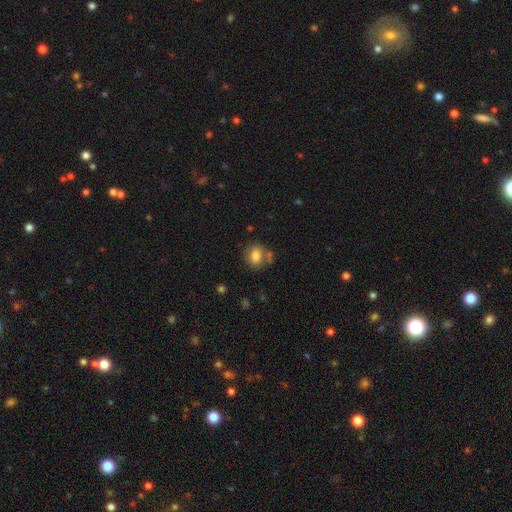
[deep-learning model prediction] Smooth or featured? Predicted: smooth (p=0.79). How rounded? Predicted: round (p=0.52). Merging? Predicted: none (p=0.65).